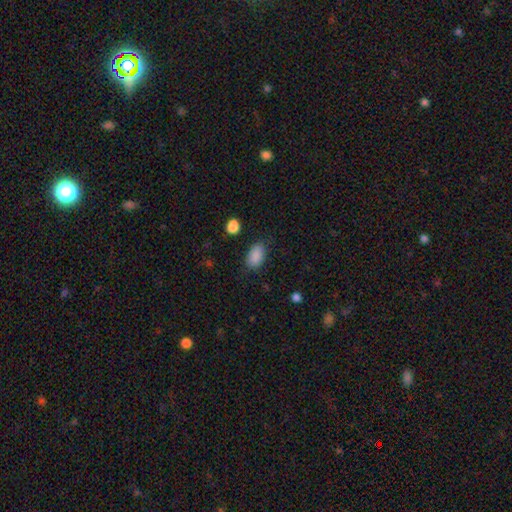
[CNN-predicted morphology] A smooth galaxy with no disk features (89%) that is in between round and cigar-shaped (92%).

Vote fractions:
- Smooth or featured? smooth: 89% / star or artifact: 8% / featured or disk: 3%
- How rounded? in between: 92% / round: 6% / cigar-shaped: 2%
- Merging? none: 80% / minor disturbance: 15% / major disturbance: 4% / merger: 2%